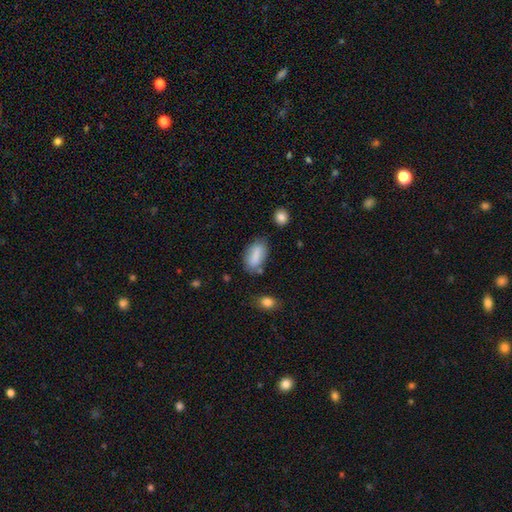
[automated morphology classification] Smooth or featured? smooth (78%)
How rounded? in between (86%)
Merging? none (69%)